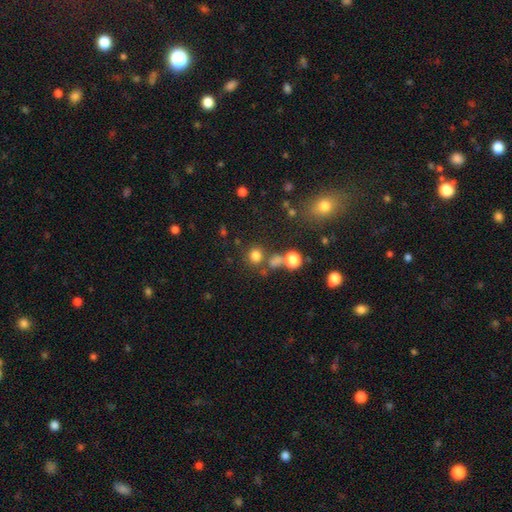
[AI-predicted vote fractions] The model was most divided on "smooth or featured": smooth: 75%, star or artifact: 19%, featured or disk: 7%. More confident: how rounded — round (84%); merging — none (71%).